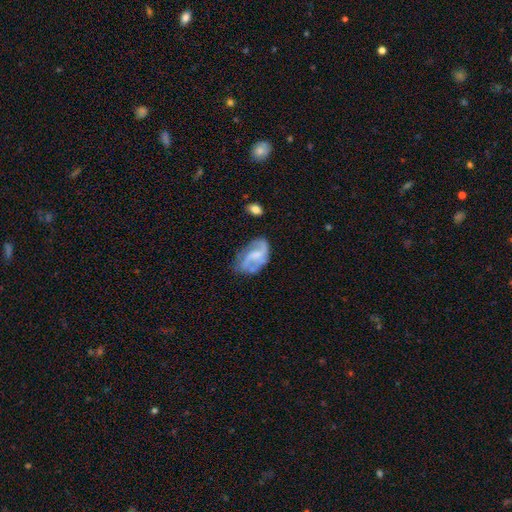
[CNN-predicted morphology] Q: Smooth or featured?
A: featured or disk (74%); runner-up: smooth (20%)
Q: Edge-on disk?
A: no (97%); runner-up: yes (3%)
Q: Bar?
A: weak (47%); runner-up: no (38%)
Q: Spiral arms?
A: yes (86%); runner-up: no (14%)
Q: Spiral winding?
A: loose (52%); runner-up: medium (36%)
Q: Spiral arm count?
A: 2 (77%); runner-up: can't tell (10%)
Q: Bulge size?
A: small (40%); runner-up: none (29%)
Q: Merging?
A: none (51%); runner-up: minor disturbance (27%)